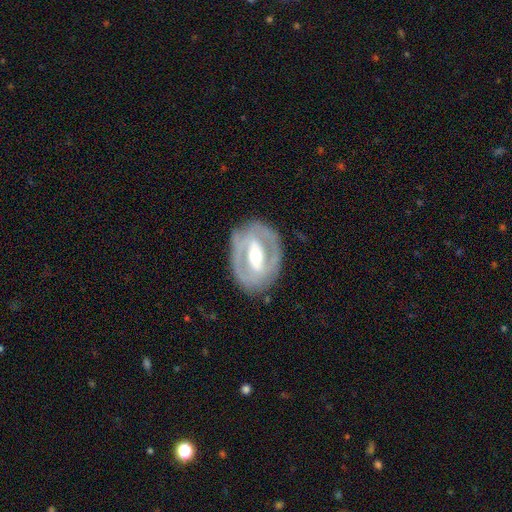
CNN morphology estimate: smooth_or_featured: featured or disk (p=0.79) [alt: smooth p=0.16]
disk_edge_on: no (p=0.94) [alt: yes p=0.06]
bar: strong (p=0.57) [alt: weak p=0.28]
has_spiral_arms: yes (p=0.55) [alt: no p=0.45]
bulge_size: moderate (p=0.67) [alt: small p=0.23]
merging: none (p=0.80) [alt: minor disturbance p=0.13]